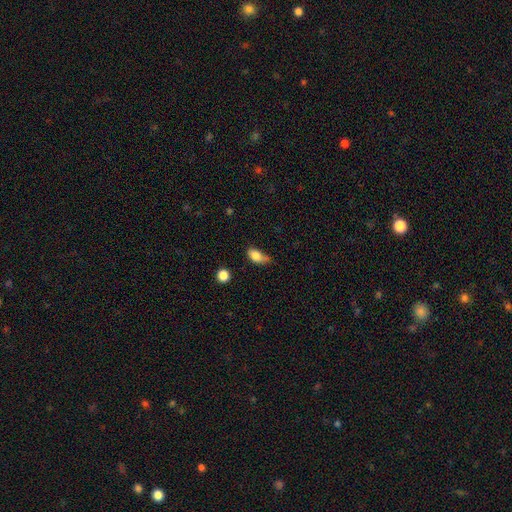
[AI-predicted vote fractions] Smooth or featured? smooth (81%)
How rounded? in between (84%)
Merging? minor disturbance (43%)